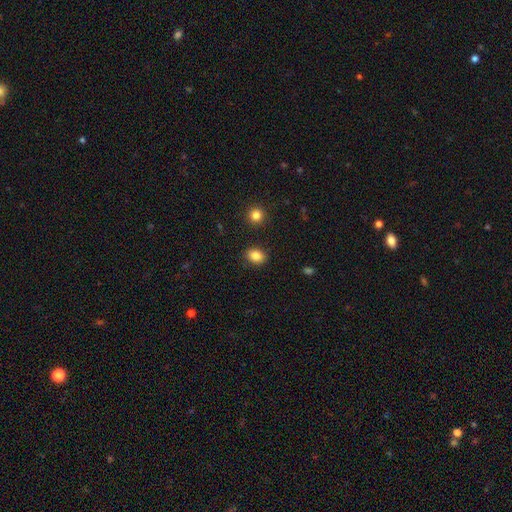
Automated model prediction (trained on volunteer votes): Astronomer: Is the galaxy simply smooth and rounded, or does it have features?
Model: smooth — 86%.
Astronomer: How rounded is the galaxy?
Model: in between — 67%.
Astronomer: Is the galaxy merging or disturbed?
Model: none — 88%.